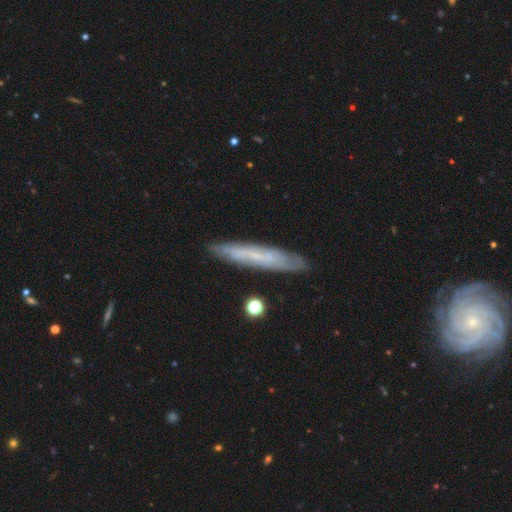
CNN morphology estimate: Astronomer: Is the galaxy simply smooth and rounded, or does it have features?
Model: featured or disk — 56% (runner-up: smooth, 37%).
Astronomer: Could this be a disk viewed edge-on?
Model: yes — 64%.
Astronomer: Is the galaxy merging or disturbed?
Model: none — 82%.